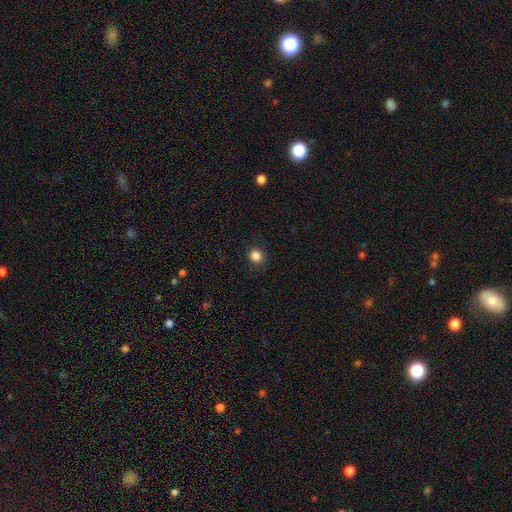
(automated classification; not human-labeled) This is clearly a smooth galaxy (86%). How rounded: clearly round (83%). Merging: clearly none (89%).